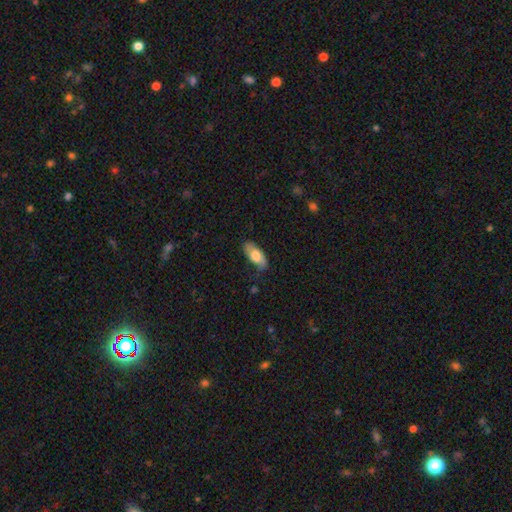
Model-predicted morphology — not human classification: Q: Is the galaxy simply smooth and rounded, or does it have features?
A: smooth — 72%.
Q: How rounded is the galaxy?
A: in between — 86%.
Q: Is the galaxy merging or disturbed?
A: none — 68%.